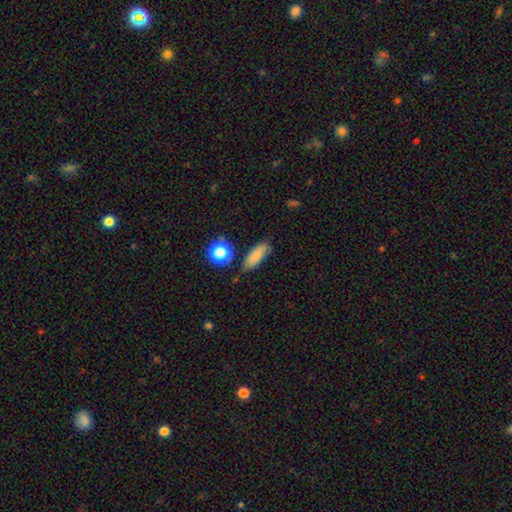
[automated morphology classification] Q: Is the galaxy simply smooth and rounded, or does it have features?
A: smooth — 82%.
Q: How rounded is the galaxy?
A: in between — 63%.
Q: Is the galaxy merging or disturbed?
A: none — 78%.